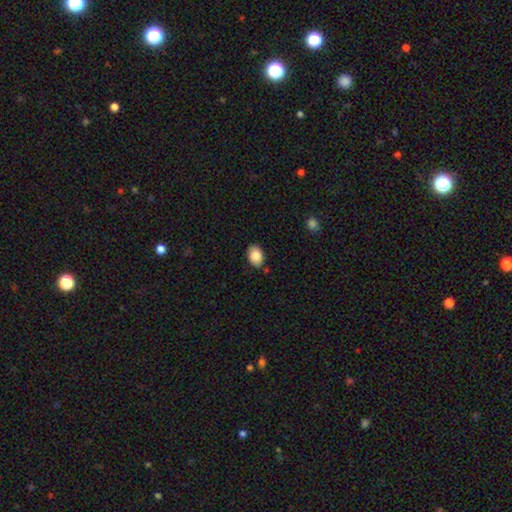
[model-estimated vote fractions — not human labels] Smooth or featured?
  - smooth: 86% *
  - star or artifact: 7%
  - featured or disk: 7%
How rounded?
  - in between: 81% *
  - round: 18%
  - cigar-shaped: 1%
Merging?
  - none: 82% *
  - minor disturbance: 13%
  - major disturbance: 2%
  - merger: 2%